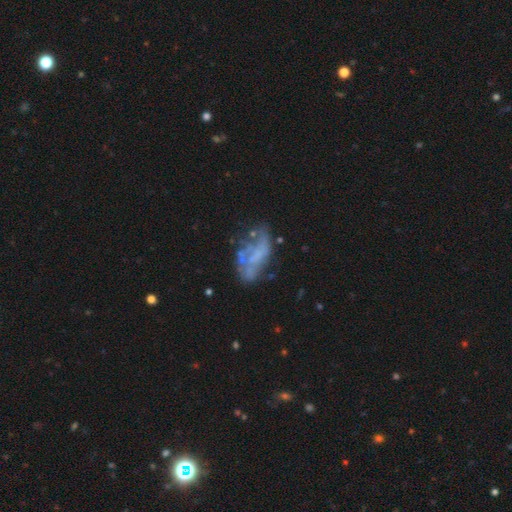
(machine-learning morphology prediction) Overall: featured or disk (63%; smooth 25%). Edge-on disk: no (96%). Bar: no (78%). Spiral arms: no (71%). Bulge size: none (73%). Merging: none (41%; major disturbance 27%).